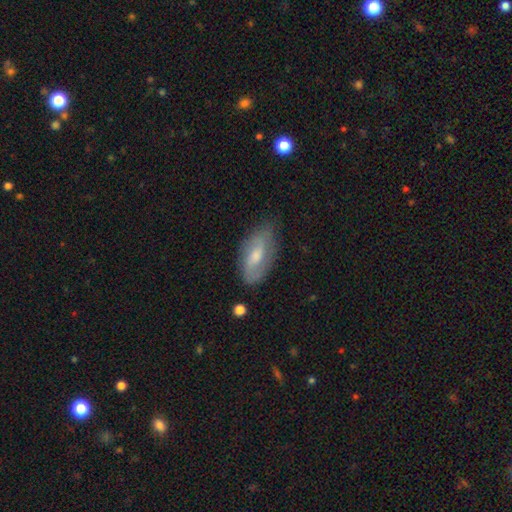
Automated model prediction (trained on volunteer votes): A featured or disk galaxy (53%). Merging: none (70%).